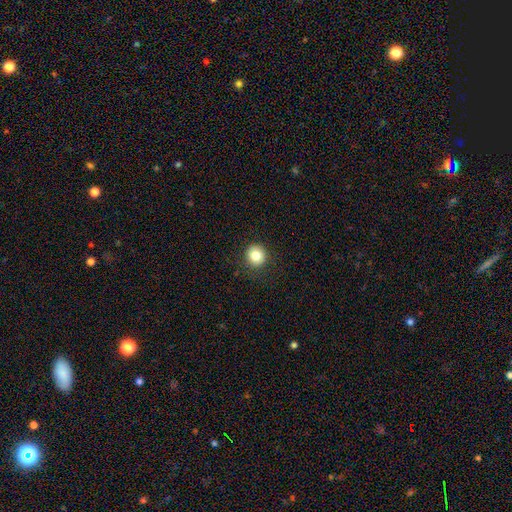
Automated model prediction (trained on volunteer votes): Smooth or featured?
  - smooth: 83% *
  - star or artifact: 10%
  - featured or disk: 7%
How rounded?
  - round: 92% *
  - in between: 7%
  - cigar-shaped: 1%
Merging?
  - none: 89% *
  - minor disturbance: 8%
  - major disturbance: 3%
  - merger: 1%